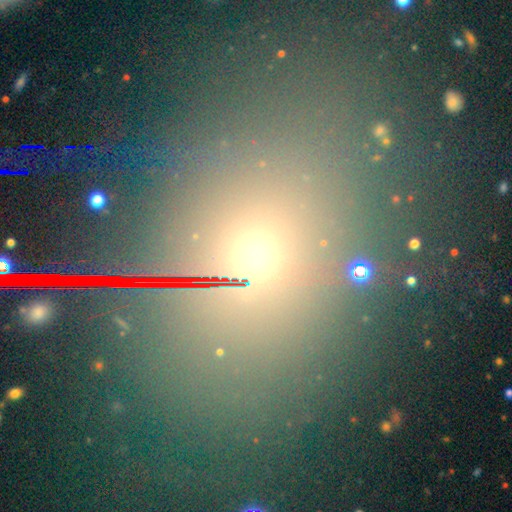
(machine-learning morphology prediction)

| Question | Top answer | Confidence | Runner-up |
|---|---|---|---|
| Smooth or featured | smooth | 56% | star or artifact (30%) |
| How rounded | in between | 59% | round (36%) |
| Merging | none | 74% | minor disturbance (13%) |